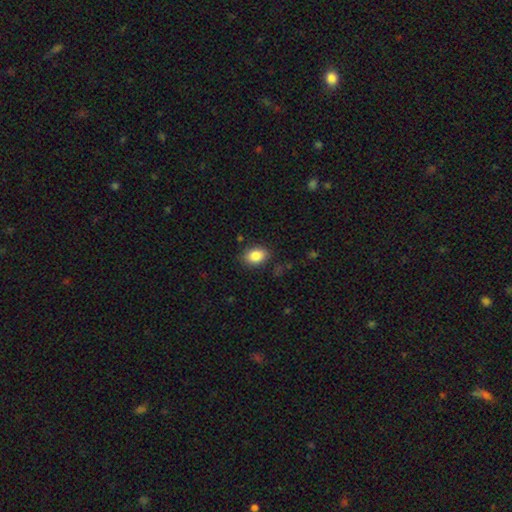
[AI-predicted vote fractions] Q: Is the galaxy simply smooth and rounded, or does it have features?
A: smooth — 86%.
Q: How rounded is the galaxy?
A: in between — 77%.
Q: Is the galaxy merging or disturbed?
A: none — 84%.